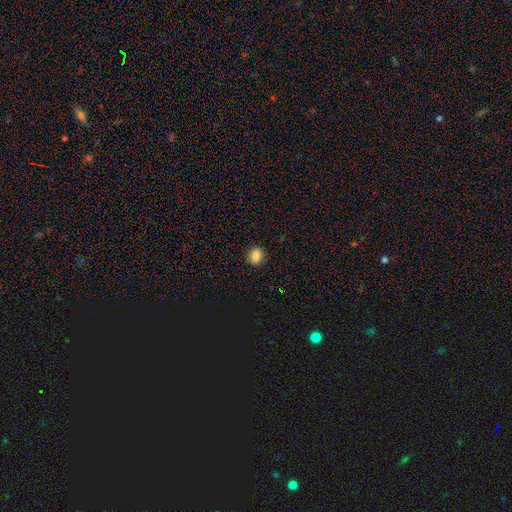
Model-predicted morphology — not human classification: Smooth or featured? smooth (82%)
How rounded? round (59%)
Merging? none (86%)